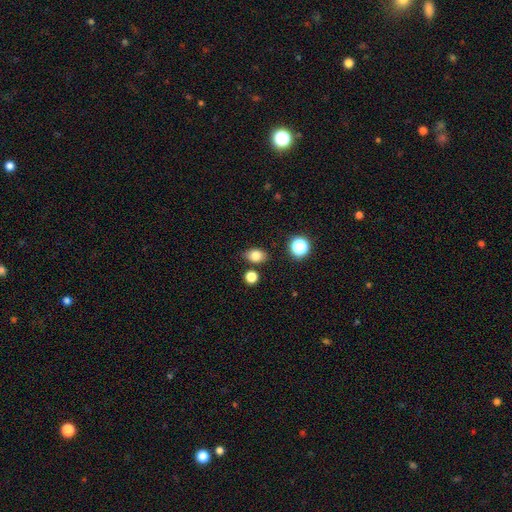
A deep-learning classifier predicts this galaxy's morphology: This appears to be a smooth galaxy with no disk features (80%) that is in between round and cigar-shaped (70%). Merging: none (79%).